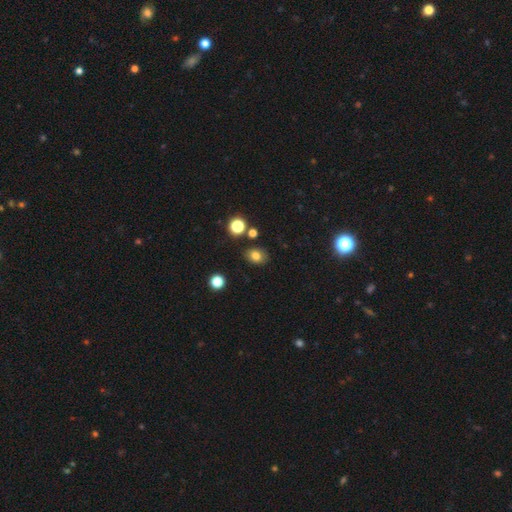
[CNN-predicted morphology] Smooth or featured?
  - smooth: 78% *
  - star or artifact: 14%
  - featured or disk: 9%
How rounded?
  - in between: 57% *
  - round: 42%
  - cigar-shaped: 1%
Merging?
  - none: 83% *
  - minor disturbance: 11%
  - merger: 4%
  - major disturbance: 3%